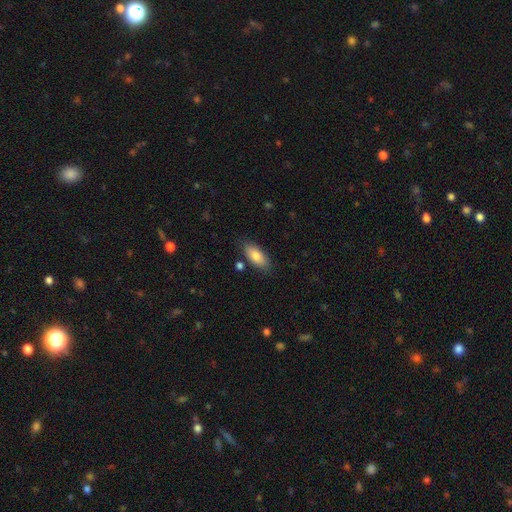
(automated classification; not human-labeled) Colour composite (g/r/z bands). It shows a smooth galaxy with no disk features (81%) that is in between round and cigar-shaped (85%). Merging: none (82%).